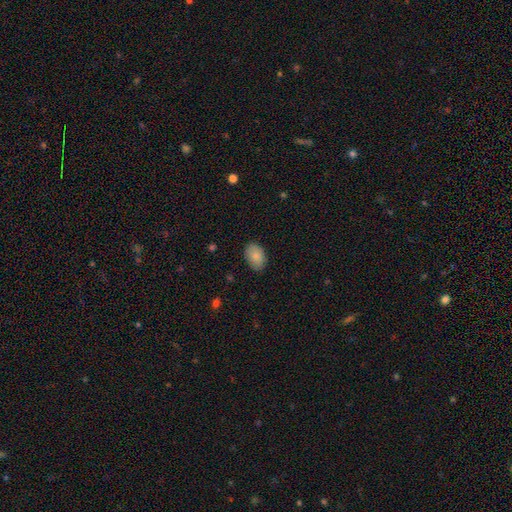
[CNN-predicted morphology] This is clearly a smooth galaxy (87%). How rounded: clearly in between (88%). Merging: clearly none (86%).